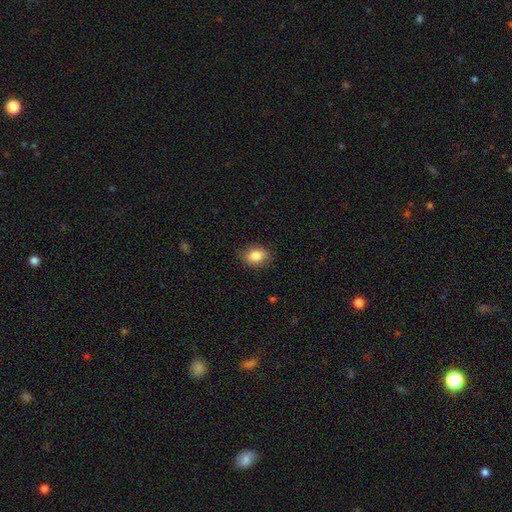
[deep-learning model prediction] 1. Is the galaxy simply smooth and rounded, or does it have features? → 86% smooth, 8% star or artifact, 6% featured or disk.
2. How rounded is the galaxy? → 75% in between, 23% round, 1% cigar-shaped.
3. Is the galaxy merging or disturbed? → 85% none, 12% minor disturbance, 3% major disturbance, 1% merger.